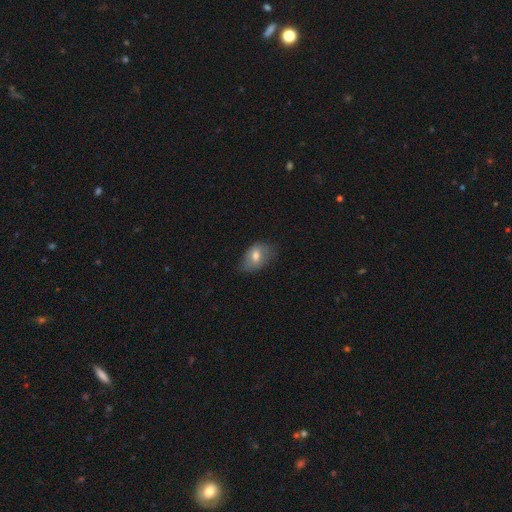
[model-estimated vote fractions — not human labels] Smooth or featured? smooth (71%)
How rounded? in between (84%)
Merging? none (58%)